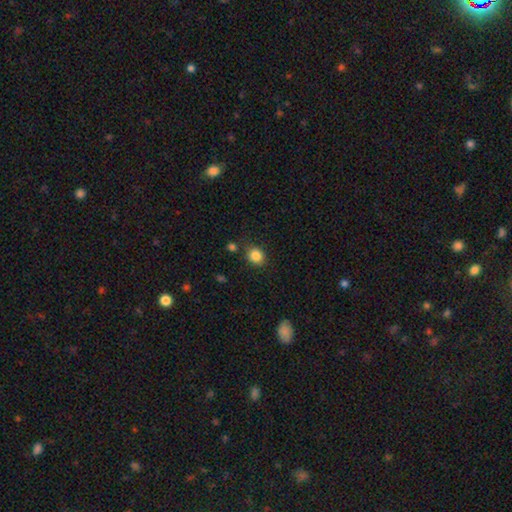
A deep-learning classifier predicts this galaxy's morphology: Overall: smooth (85%). How rounded: round (63%; in between 36%). Merging: none (82%).